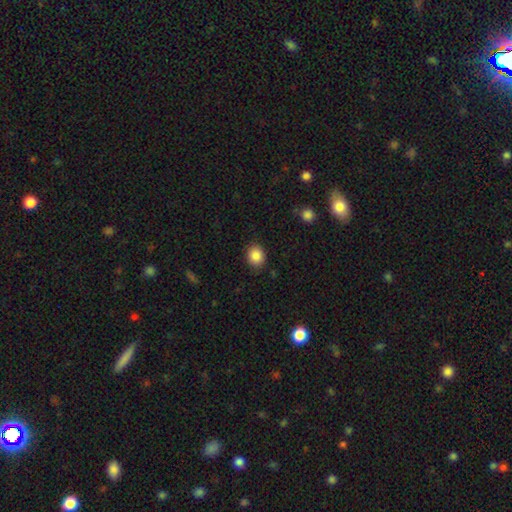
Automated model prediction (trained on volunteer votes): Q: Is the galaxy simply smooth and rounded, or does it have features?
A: smooth — 87%.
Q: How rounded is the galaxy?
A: round — 66%.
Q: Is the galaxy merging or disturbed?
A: none — 87%.